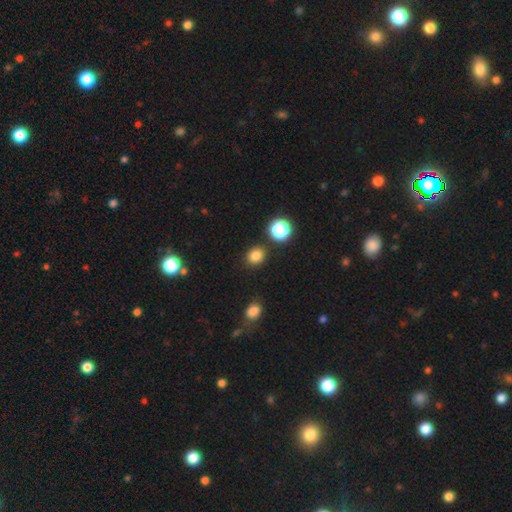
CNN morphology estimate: Smooth or featured: smooth — 82% (star or artifact — 13%)
How rounded: round — 73% (in between — 26%)
Merging: none — 84% (minor disturbance — 8%)